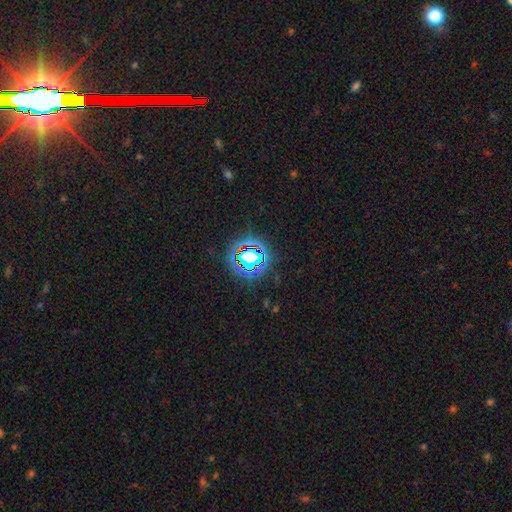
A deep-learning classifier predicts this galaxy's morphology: This is likely a star or artifact rather than a galaxy (71%).